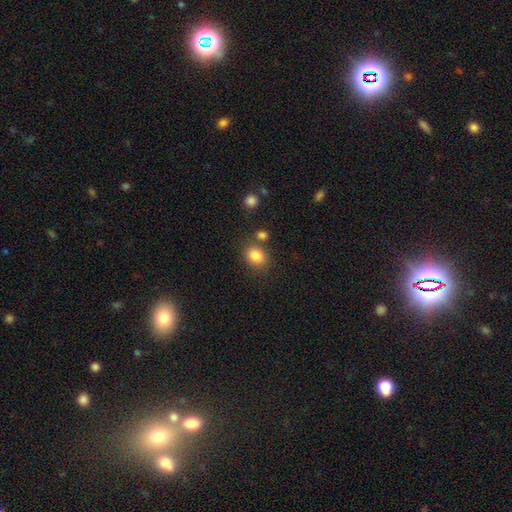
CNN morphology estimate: Q: Smooth or featured?
A: smooth (84%); runner-up: star or artifact (10%)
Q: How rounded?
A: in between (56%); runner-up: round (43%)
Q: Merging?
A: none (71%); runner-up: merger (12%)